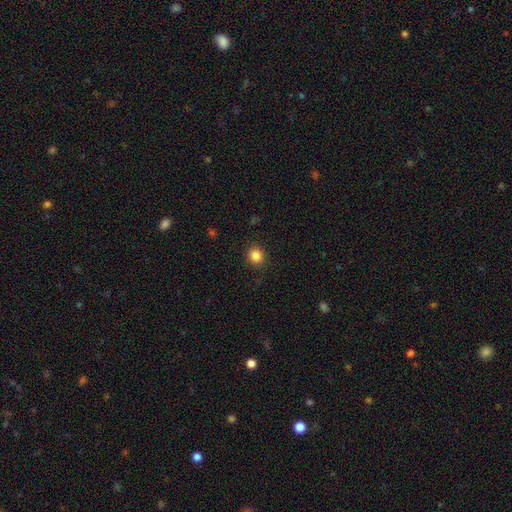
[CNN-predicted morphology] The model was most divided on "smooth or featured": smooth: 85%, star or artifact: 11%, featured or disk: 4%. More confident: merging — none (91%); how rounded — round (87%).